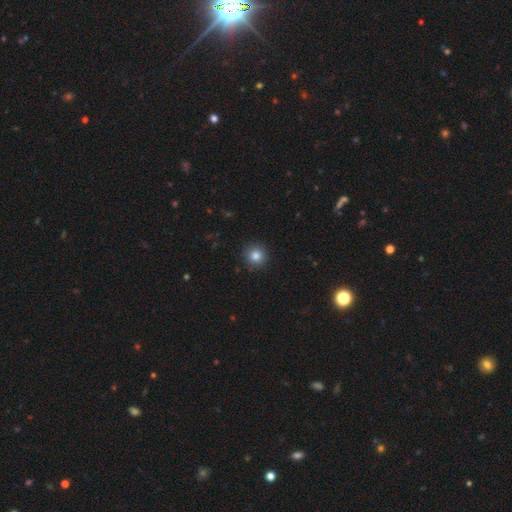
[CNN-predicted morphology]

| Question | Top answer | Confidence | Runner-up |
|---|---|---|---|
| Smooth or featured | smooth | 83% | star or artifact (11%) |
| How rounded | round | 94% | in between (5%) |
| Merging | none | 91% | minor disturbance (6%) |